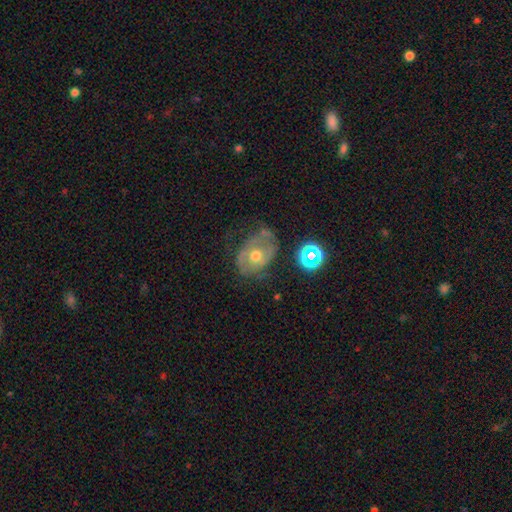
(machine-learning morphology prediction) The model was most divided on "merging": none: 49%, minor disturbance: 29%, major disturbance: 18%, merger: 4%. More confident: edge-on disk — no (95%); bar — no (75%); bulge size — moderate (75%); spiral arms — yes (64%); smooth or featured — featured or disk (63%).